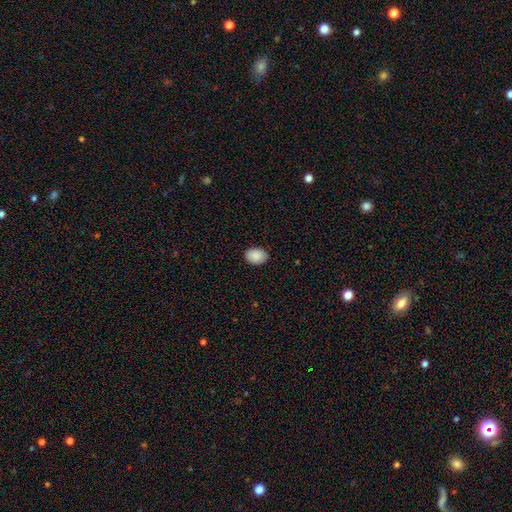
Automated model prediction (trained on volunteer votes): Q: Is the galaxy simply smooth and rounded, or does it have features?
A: smooth — 90%.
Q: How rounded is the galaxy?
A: in between — 76%.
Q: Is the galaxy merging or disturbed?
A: none — 86%.